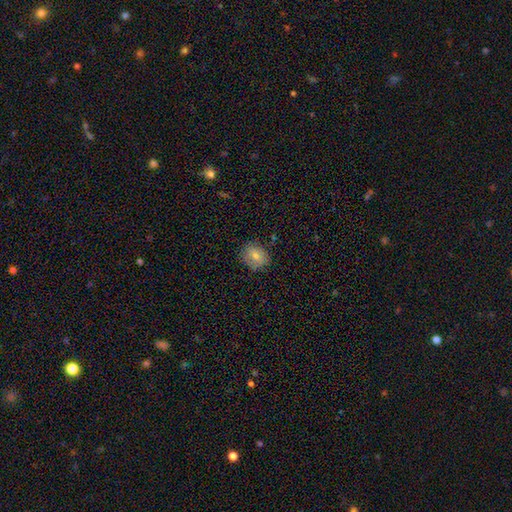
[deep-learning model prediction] Smooth or featured: smooth — 77% (featured or disk — 14%)
How rounded: round — 58% (in between — 41%)
Merging: none — 79% (minor disturbance — 16%)